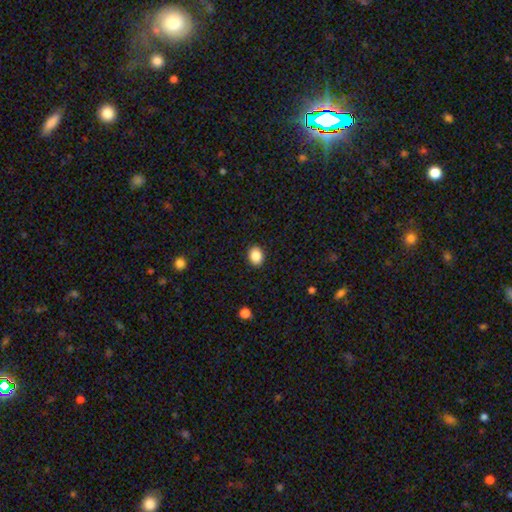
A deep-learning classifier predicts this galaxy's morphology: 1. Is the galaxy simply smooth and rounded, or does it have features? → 87% smooth, 9% star or artifact, 4% featured or disk.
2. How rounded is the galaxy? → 52% in between, 47% round, 1% cigar-shaped.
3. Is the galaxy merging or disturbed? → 90% none, 7% minor disturbance, 2% major disturbance, 1% merger.